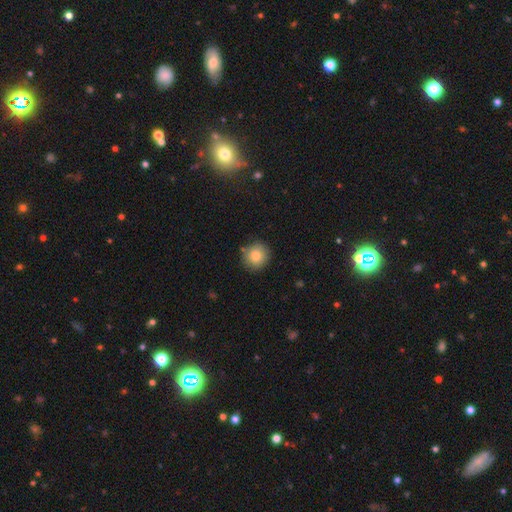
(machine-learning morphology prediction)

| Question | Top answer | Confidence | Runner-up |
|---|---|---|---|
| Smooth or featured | smooth | 83% | star or artifact (9%) |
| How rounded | round | 89% | in between (10%) |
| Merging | none | 84% | minor disturbance (10%) |